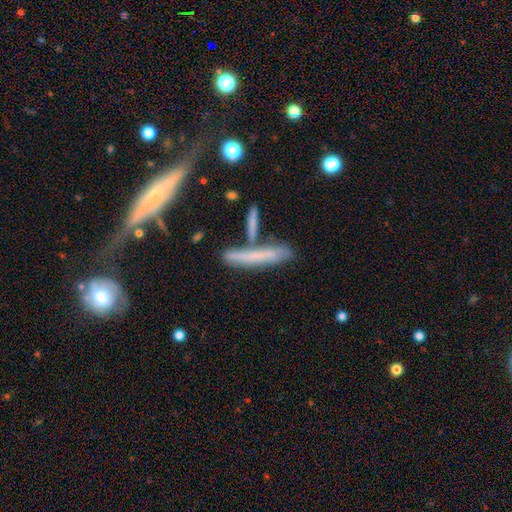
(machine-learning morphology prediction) This appears to be a smooth galaxy with no disk features (57%) that is cigar-shaped (91%). Merging: none (57%).